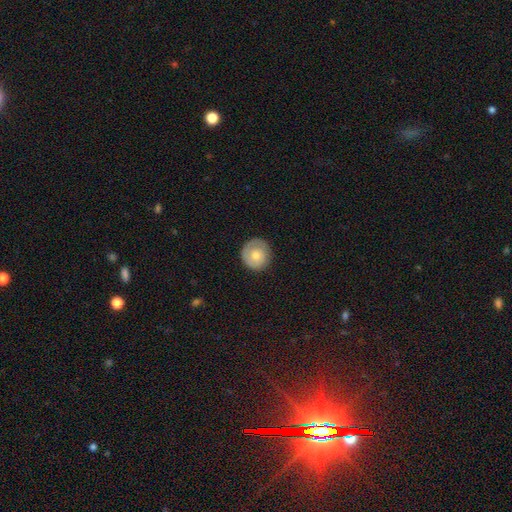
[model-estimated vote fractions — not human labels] A smooth galaxy with no disk features (62%) that is round (89%). Merging: none (82%).